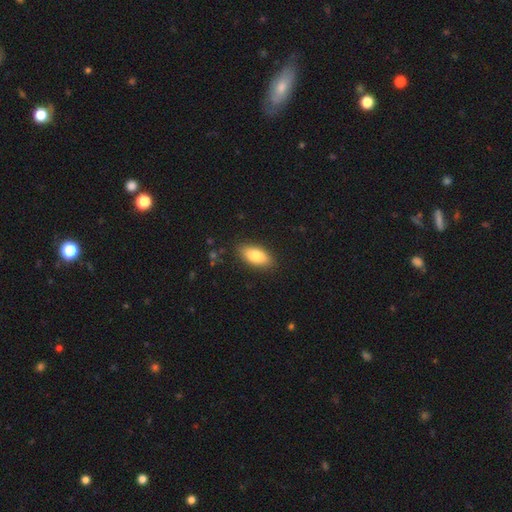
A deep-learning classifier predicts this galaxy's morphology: Smooth or featured? Predicted: smooth (p=0.80). How rounded? Predicted: in between (p=0.88). Merging? Predicted: none (p=0.87).